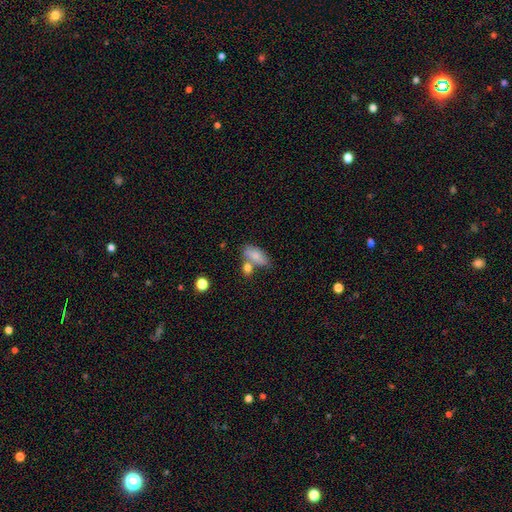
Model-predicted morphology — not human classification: This appears to be a smooth galaxy with no disk features (78%) that is in between round and cigar-shaped (81%). Merging: none (44%).